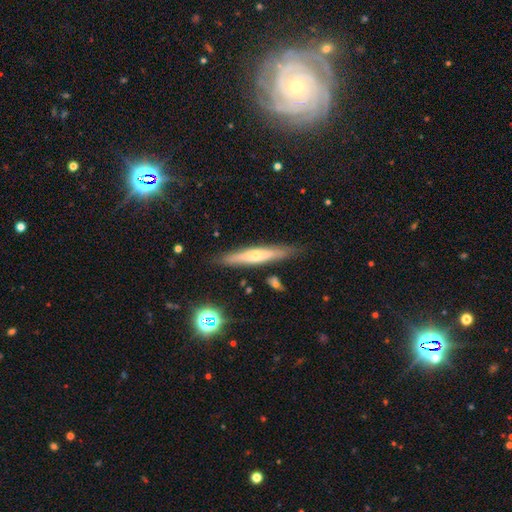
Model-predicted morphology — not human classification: smooth-or-featured: featured or disk: 52% | smooth: 40% | star or artifact: 8%
  disk-edge-on: yes: 87% | no: 13%
  merging: none: 84% | minor disturbance: 11% | merger: 3% | major disturbance: 2%